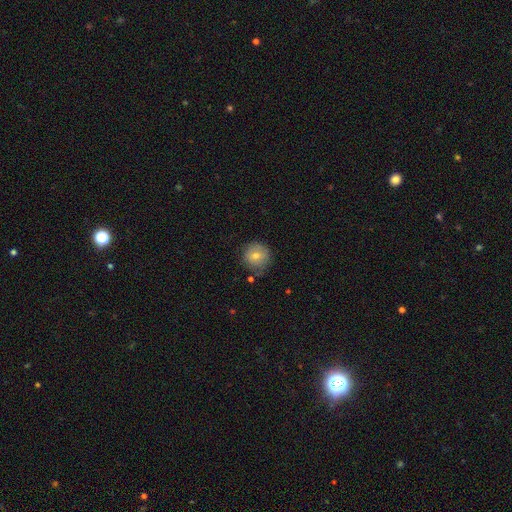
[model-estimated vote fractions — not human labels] Smooth or featured? smooth (73%)
How rounded? round (93%)
Merging? none (79%)